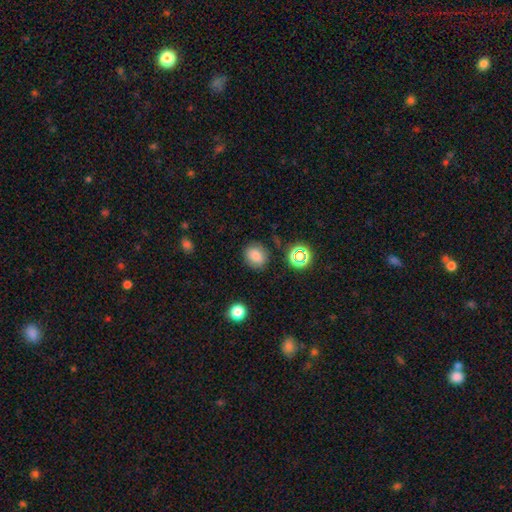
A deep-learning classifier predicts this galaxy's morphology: A smooth galaxy with no disk features (81%) that is round (66%).

Vote fractions:
- Smooth or featured? smooth: 81% / star or artifact: 13% / featured or disk: 6%
- How rounded? round: 66% / in between: 33% / cigar-shaped: 1%
- Merging? none: 83% / minor disturbance: 11% / major disturbance: 4% / merger: 2%